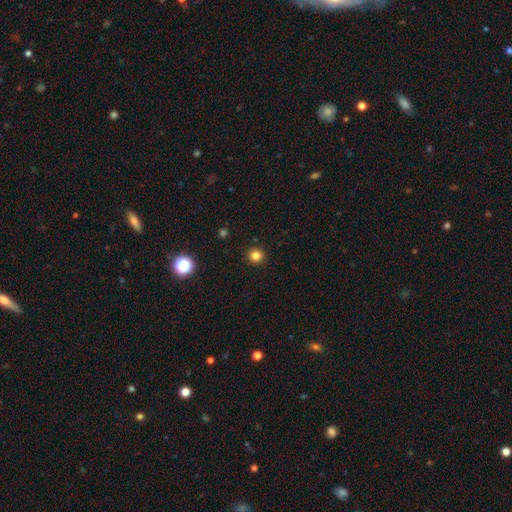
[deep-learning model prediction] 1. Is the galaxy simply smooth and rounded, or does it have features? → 82% smooth, 14% star or artifact, 4% featured or disk.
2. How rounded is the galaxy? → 93% round, 6% in between, 1% cigar-shaped.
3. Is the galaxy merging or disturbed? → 92% none, 5% minor disturbance, 2% major disturbance, 1% merger.